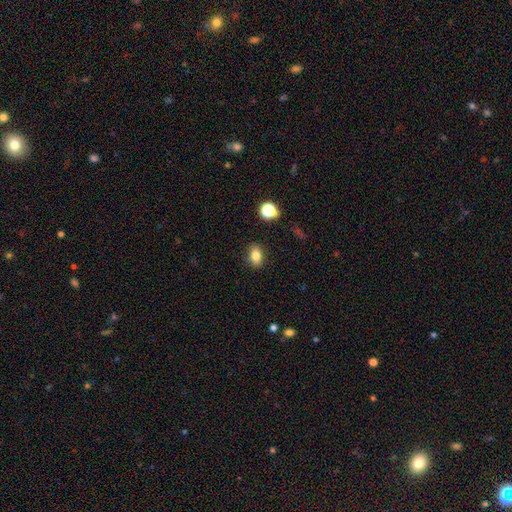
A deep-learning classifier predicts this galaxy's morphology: The model was most divided on "how rounded": in between: 76%, round: 22%, cigar-shaped: 2%. More confident: merging — none (86%); smooth or featured — smooth (81%).